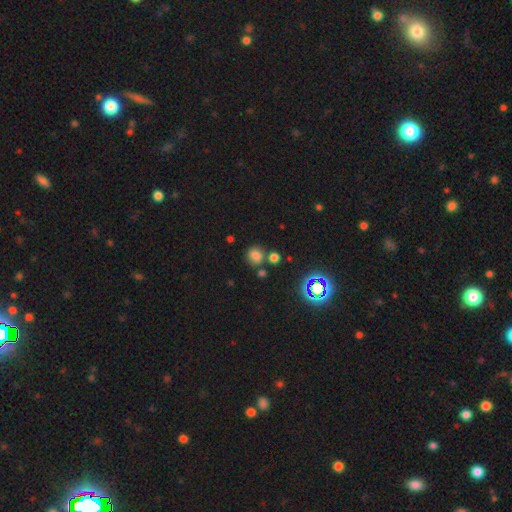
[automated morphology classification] Smooth or featured: smooth — 71% (star or artifact — 22%)
How rounded: round — 82% (in between — 17%)
Merging: none — 73% (merger — 13%)